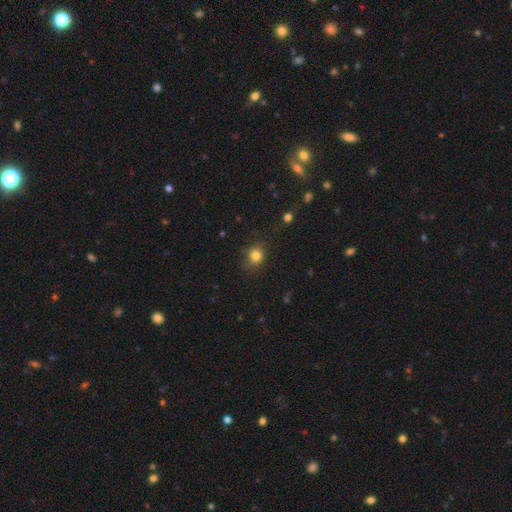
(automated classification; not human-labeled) This appears to be a smooth galaxy with no disk features (82%) that is round (77%). Merging: none (81%).